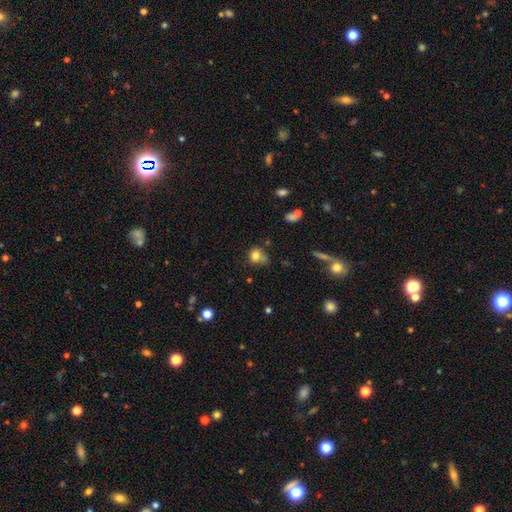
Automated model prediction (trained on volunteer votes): Overall: smooth (78%). How rounded: round (70%). Merging: none (49%; minor disturbance 25%).